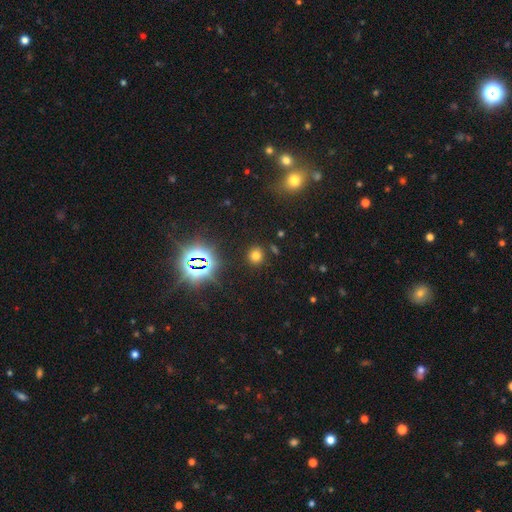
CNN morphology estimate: Smooth or featured?
  - smooth: 66% *
  - star or artifact: 27%
  - featured or disk: 7%
How rounded?
  - round: 84% *
  - in between: 15%
  - cigar-shaped: 1%
Merging?
  - none: 86% *
  - minor disturbance: 8%
  - merger: 3%
  - major disturbance: 3%